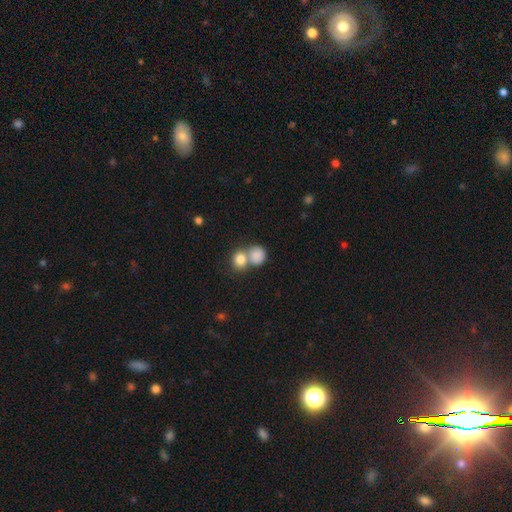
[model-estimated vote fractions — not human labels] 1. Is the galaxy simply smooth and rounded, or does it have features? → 84% smooth, 8% star or artifact, 8% featured or disk.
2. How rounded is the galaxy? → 74% round, 25% in between, 1% cigar-shaped.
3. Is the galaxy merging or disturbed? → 54% merger, 35% none, 8% minor disturbance, 4% major disturbance.